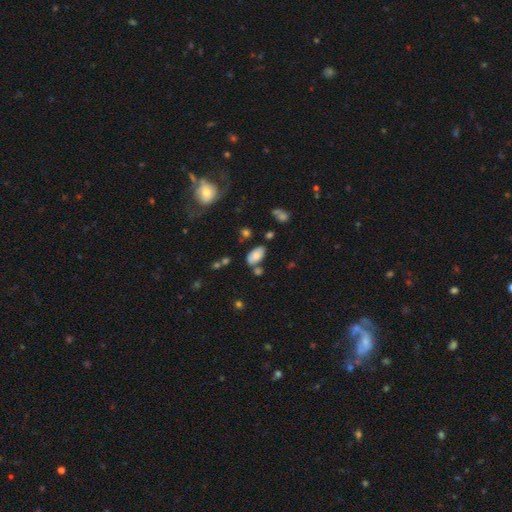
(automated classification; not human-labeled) smooth-or-featured: smooth: 76% | featured or disk: 15% | star or artifact: 8%
  how-rounded: in between: 93% | round: 4% | cigar-shaped: 3%
  merging: none: 66% | minor disturbance: 17% | merger: 13% | major disturbance: 5%